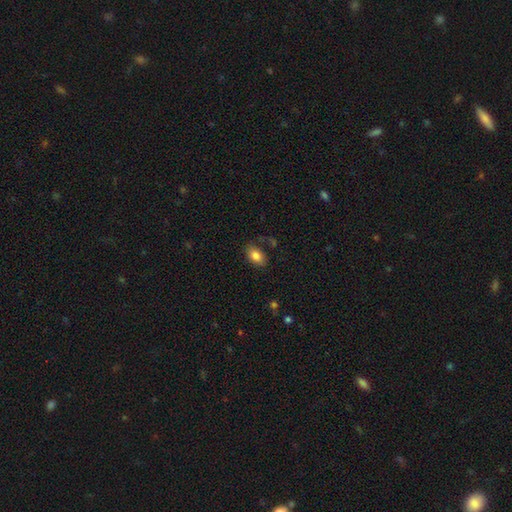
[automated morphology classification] smooth_or_featured: smooth (p=0.83) [alt: featured or disk p=0.09]
how_rounded: in between (p=0.89) [alt: round p=0.09]
merging: none (p=0.77) [alt: minor disturbance p=0.15]